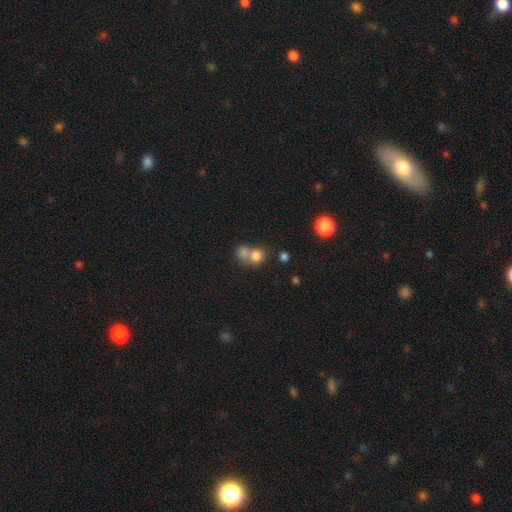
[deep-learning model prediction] A smooth galaxy with no disk features (75%) that is round (77%). Merging: merger (53%).